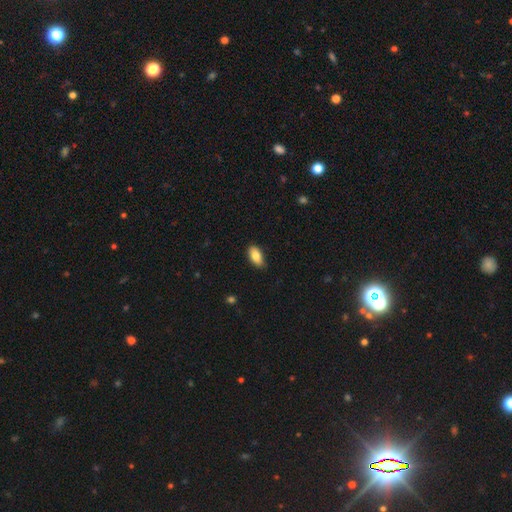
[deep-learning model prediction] This is clearly a smooth galaxy (82%). How rounded: clearly in between (91%). Merging: likely none (80%).